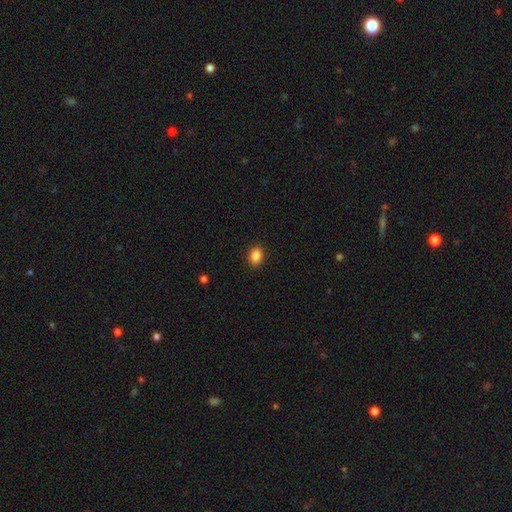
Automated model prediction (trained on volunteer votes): smooth-or-featured: smooth: 87% | star or artifact: 9% | featured or disk: 3%
  how-rounded: in between: 65% | round: 34% | cigar-shaped: 1%
  merging: none: 90% | minor disturbance: 7% | major disturbance: 2% | merger: 1%